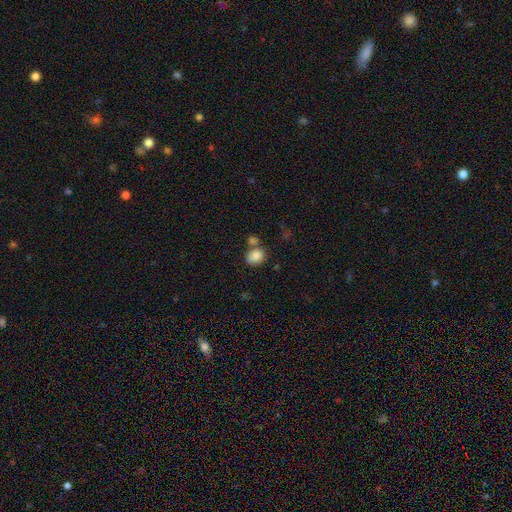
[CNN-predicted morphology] The model was most divided on "how rounded": in between: 53%, round: 46%, cigar-shaped: 1%. More confident: smooth or featured — smooth (85%); merging — none (54%).